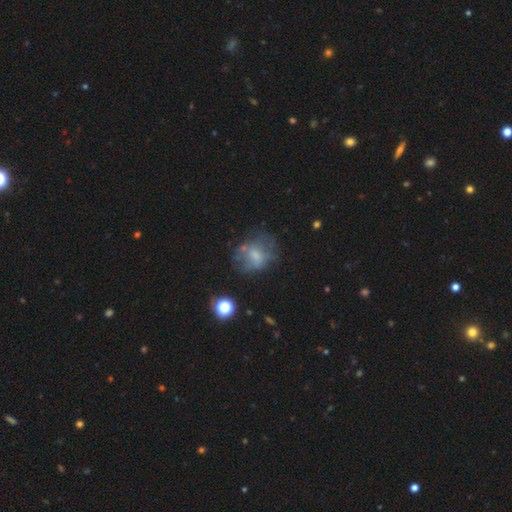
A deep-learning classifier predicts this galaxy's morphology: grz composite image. It shows a smooth galaxy with no disk features (45%). Merging: none (47%).